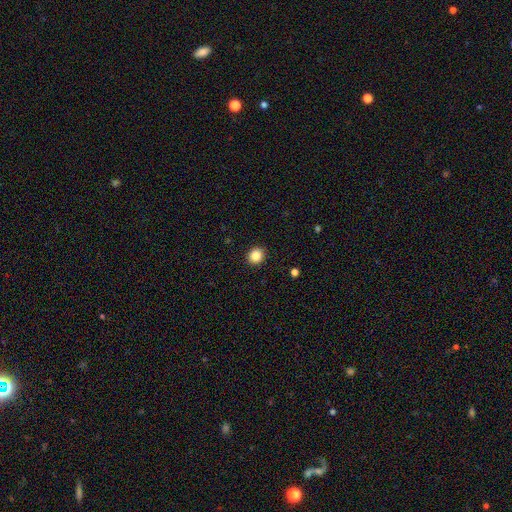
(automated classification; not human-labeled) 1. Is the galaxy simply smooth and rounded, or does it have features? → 85% smooth, 10% star or artifact, 5% featured or disk.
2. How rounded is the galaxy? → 84% round, 15% in between, 1% cigar-shaped.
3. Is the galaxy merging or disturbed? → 92% none, 5% minor disturbance, 2% major disturbance, 1% merger.